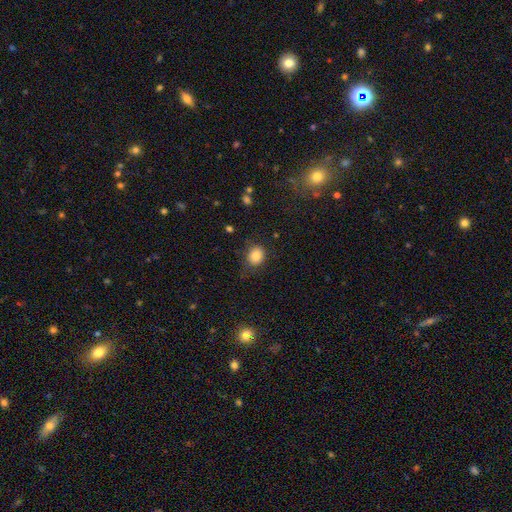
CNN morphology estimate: smooth 85%, star or artifact 10%, featured or disk 5%. Down the decision tree: how rounded — round (61%); merging — none (72%).